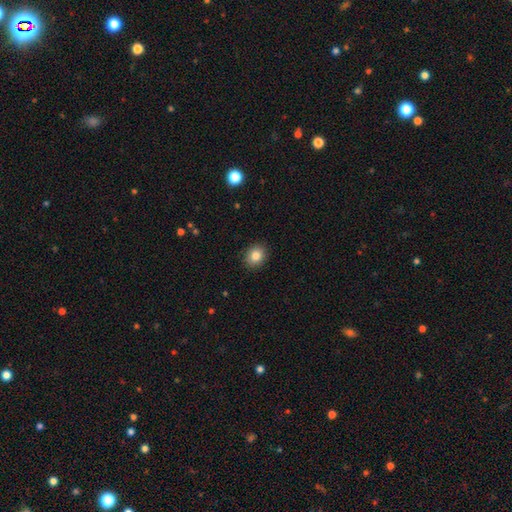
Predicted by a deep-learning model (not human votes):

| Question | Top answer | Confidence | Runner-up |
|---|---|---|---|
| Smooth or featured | smooth | 84% | star or artifact (10%) |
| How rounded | round | 65% | in between (34%) |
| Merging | none | 90% | minor disturbance (7%) |